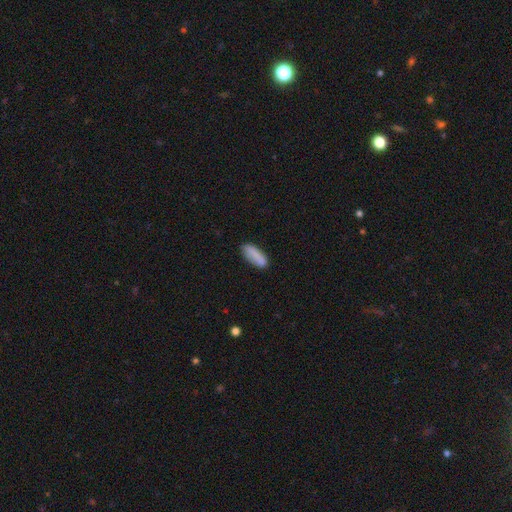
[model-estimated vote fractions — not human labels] Q: Smooth or featured?
A: smooth (85%); runner-up: featured or disk (8%)
Q: How rounded?
A: in between (63%); runner-up: cigar-shaped (36%)
Q: Merging?
A: none (79%); runner-up: minor disturbance (15%)